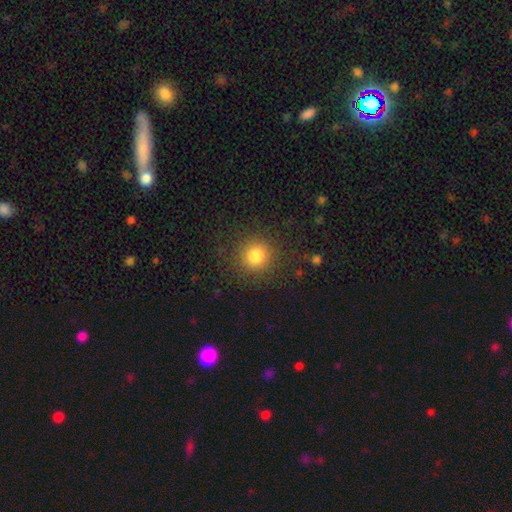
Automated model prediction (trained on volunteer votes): This is clearly a smooth galaxy (81%). How rounded: clearly round (91%). Merging: clearly none (86%).